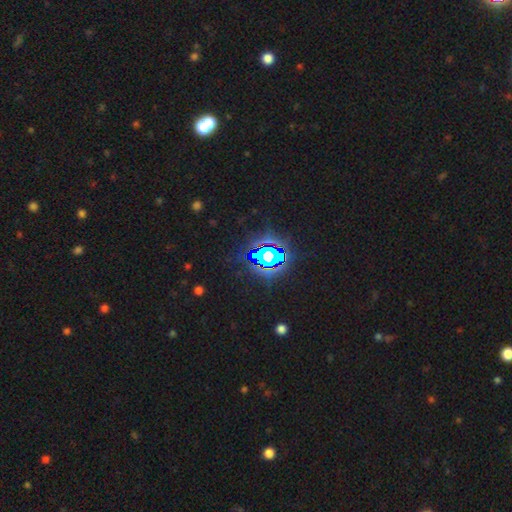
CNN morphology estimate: star or artifact 84%, smooth 10%, featured or disk 6%.